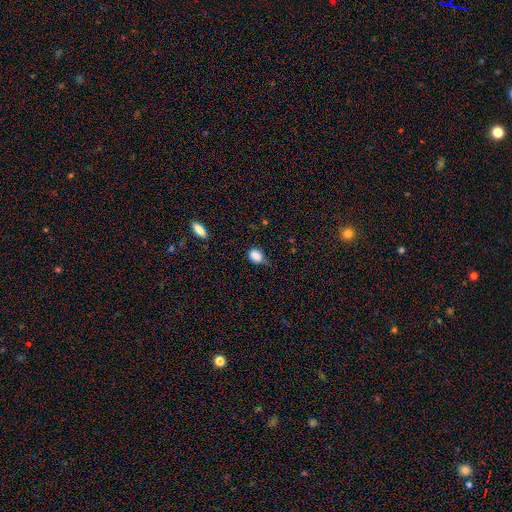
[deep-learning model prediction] The model was most divided on "merging": none: 45%, minor disturbance: 41%, major disturbance: 10%, merger: 3%. More confident: smooth or featured — smooth (85%); how rounded — in between (63%).